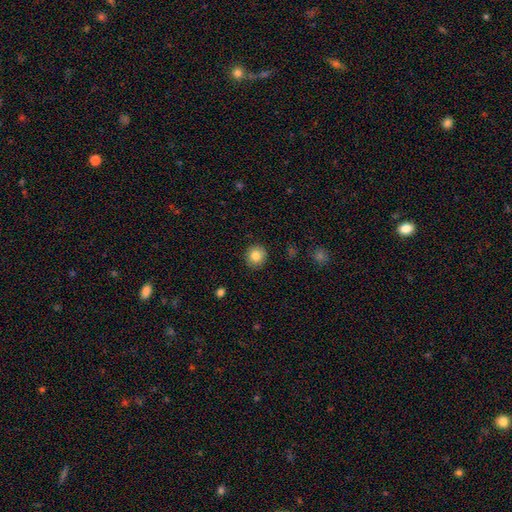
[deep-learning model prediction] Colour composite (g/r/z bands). It shows a smooth galaxy with no disk features (83%) that is round (91%). Merging: none (90%).